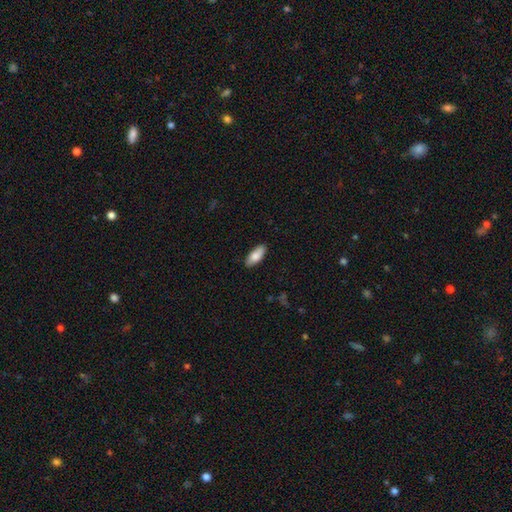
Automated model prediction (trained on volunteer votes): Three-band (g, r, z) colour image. It shows a smooth galaxy with no disk features (81%) that is in between round and cigar-shaped (82%). Merging: none (87%).